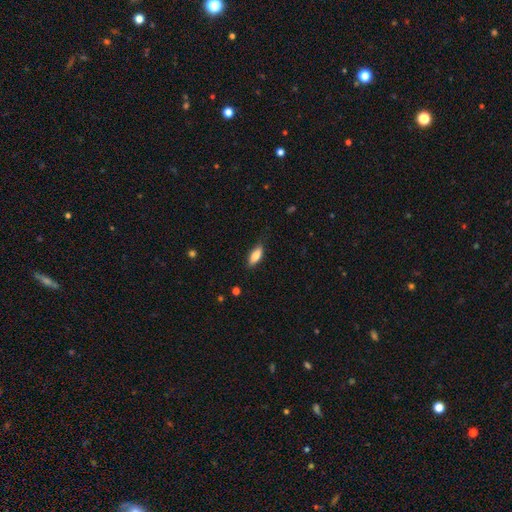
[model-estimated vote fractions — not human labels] smooth 80%, featured or disk 14%, star or artifact 6%. Down the decision tree: how rounded — in between (73%); merging — none (82%).